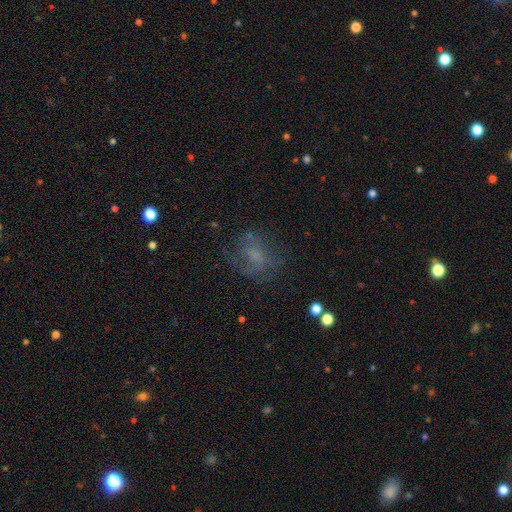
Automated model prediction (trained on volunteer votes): This appears to be a smooth galaxy with no disk features (41%). Merging: none (56%).